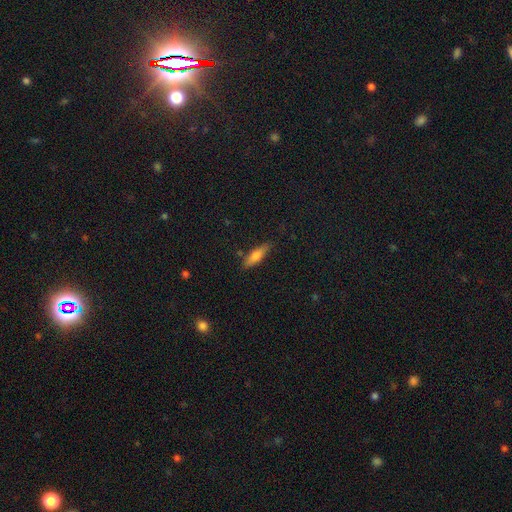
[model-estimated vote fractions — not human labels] Smooth or featured?
  - smooth: 71% *
  - featured or disk: 22%
  - star or artifact: 7%
How rounded?
  - cigar-shaped: 53% *
  - in between: 45%
  - round: 2%
Merging?
  - none: 79% *
  - minor disturbance: 15%
  - major disturbance: 3%
  - merger: 2%